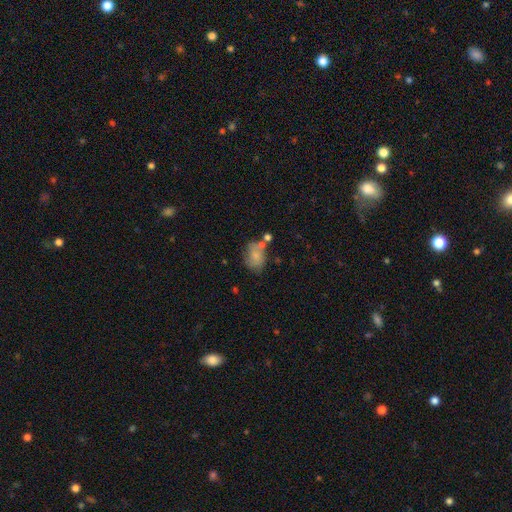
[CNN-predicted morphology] smooth_or_featured: smooth (p=0.73) [alt: featured or disk p=0.18]
how_rounded: in between (p=0.75) [alt: round p=0.24]
merging: none (p=0.47) [alt: minor disturbance p=0.24]